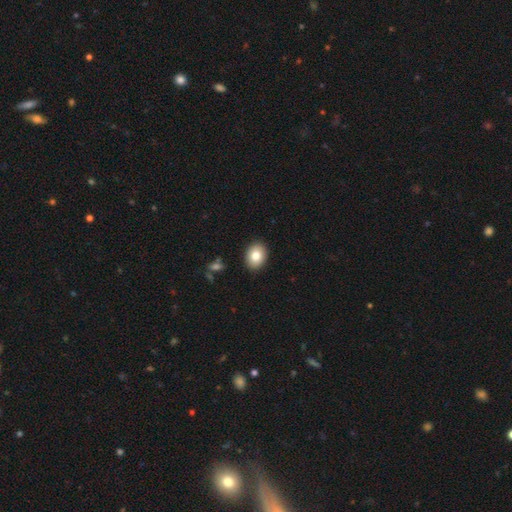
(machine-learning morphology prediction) smooth 82%, featured or disk 10%, star or artifact 8%. Down the decision tree: how rounded — in between (64%); merging — none (90%).